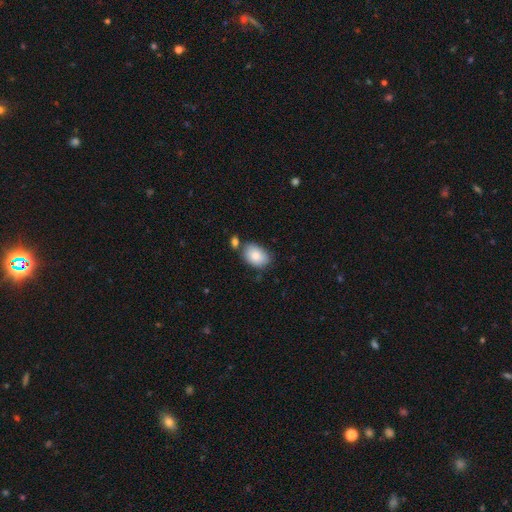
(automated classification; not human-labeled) The model was most divided on "merging": none: 67%, minor disturbance: 17%, merger: 12%, major disturbance: 4%. More confident: how rounded — in between (86%); smooth or featured — smooth (84%).